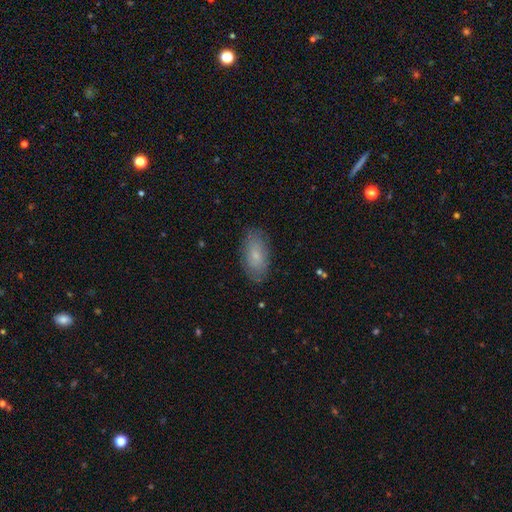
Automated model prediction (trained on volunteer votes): Q: Smooth or featured?
A: smooth (73%); runner-up: featured or disk (19%)
Q: How rounded?
A: in between (92%); runner-up: cigar-shaped (4%)
Q: Merging?
A: none (83%); runner-up: minor disturbance (13%)